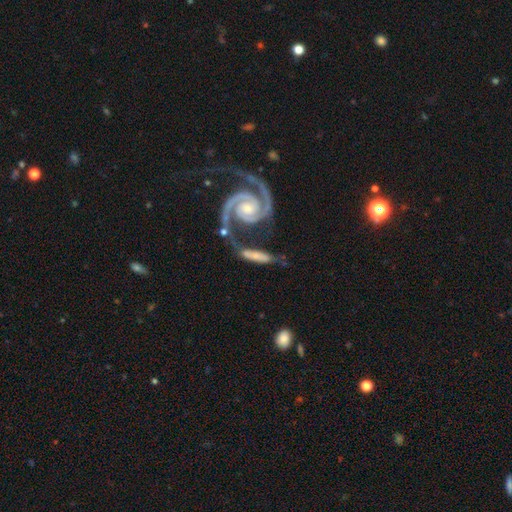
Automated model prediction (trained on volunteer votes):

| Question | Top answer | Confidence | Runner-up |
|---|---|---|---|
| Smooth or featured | featured or disk | 65% | smooth (29%) |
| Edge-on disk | no | 84% | yes (16%) |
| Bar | no | 57% | weak (26%) |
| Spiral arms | yes | 92% | no (8%) |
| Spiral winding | tight | 45% | medium (36%) |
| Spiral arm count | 2 | 89% | can't tell (5%) |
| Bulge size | small | 50% | moderate (27%) |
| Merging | none | 40% | merger (31%) |